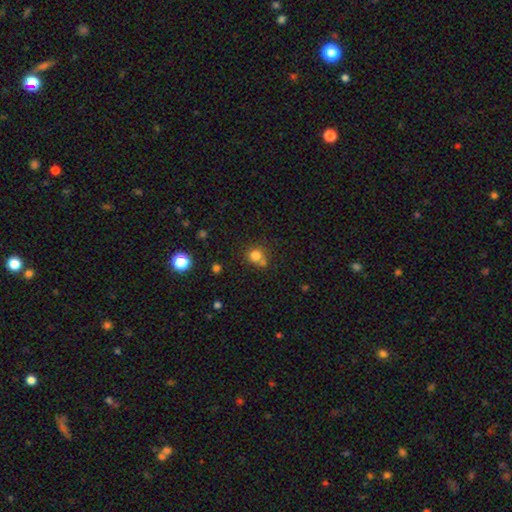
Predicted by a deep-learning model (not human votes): This is likely a smooth galaxy (78%). How rounded: clearly round (85%). Merging: possibly none (56%).